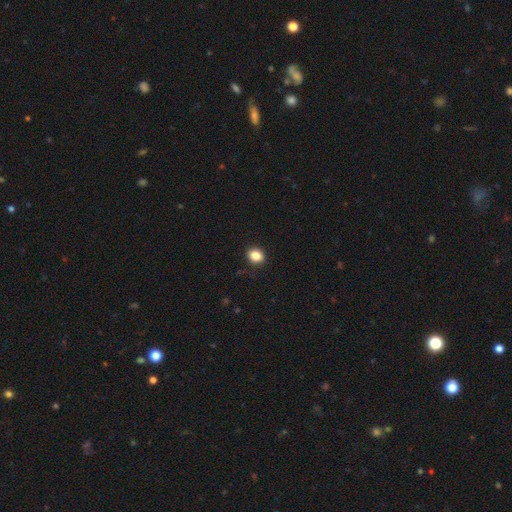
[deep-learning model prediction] A smooth galaxy with no disk features (86%) that is round (61%).

Vote fractions:
- Smooth or featured? smooth: 86% / star or artifact: 10% / featured or disk: 5%
- How rounded? round: 61% / in between: 38% / cigar-shaped: 1%
- Merging? none: 91% / minor disturbance: 6% / major disturbance: 2% / merger: 1%